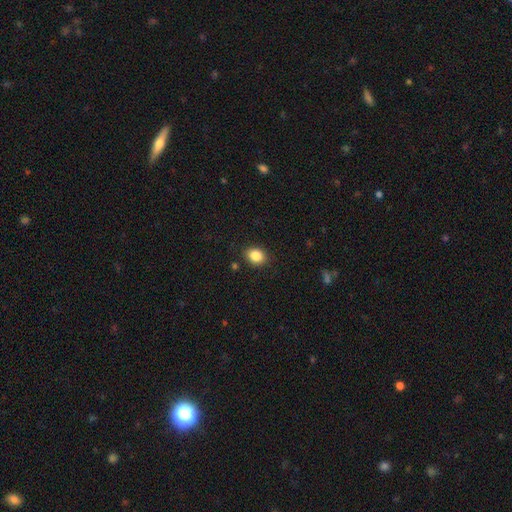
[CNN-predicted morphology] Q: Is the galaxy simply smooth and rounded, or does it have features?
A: smooth — 86%.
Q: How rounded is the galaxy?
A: in between — 55%.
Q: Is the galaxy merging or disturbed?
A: none — 88%.